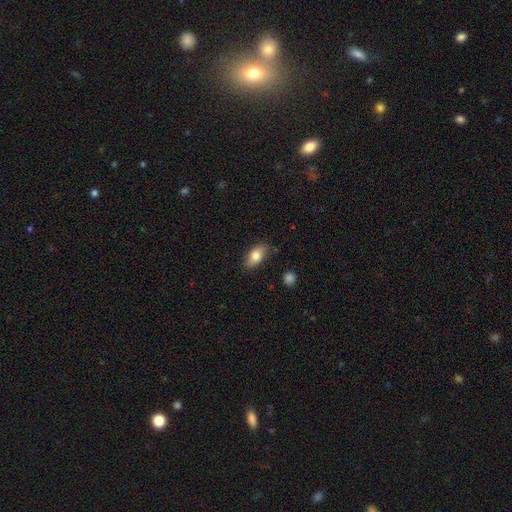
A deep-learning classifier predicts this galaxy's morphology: A smooth galaxy with no disk features (78%) that is in between round and cigar-shaped (88%). Merging: none (80%).